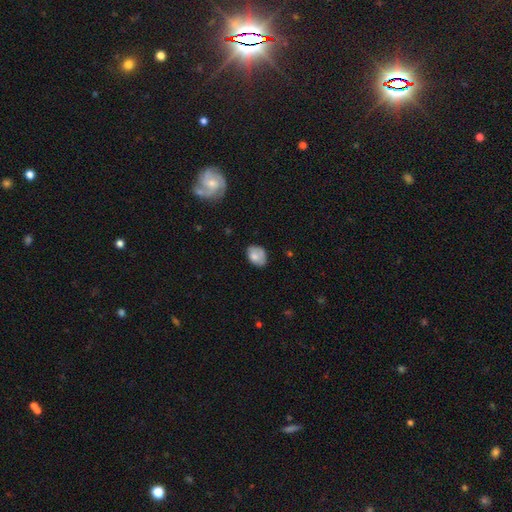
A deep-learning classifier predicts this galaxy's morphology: The model was most divided on "merging": none: 54%, minor disturbance: 32%, major disturbance: 10%, merger: 4%. More confident: how rounded — in between (76%); smooth or featured — smooth (72%).